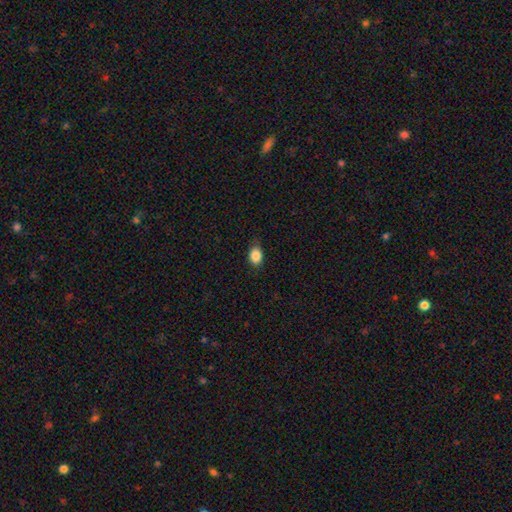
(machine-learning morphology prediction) smooth-or-featured: smooth: 87% | star or artifact: 8% | featured or disk: 5%
  how-rounded: in between: 74% | round: 24% | cigar-shaped: 1%
  merging: none: 78% | minor disturbance: 18% | major disturbance: 3% | merger: 1%